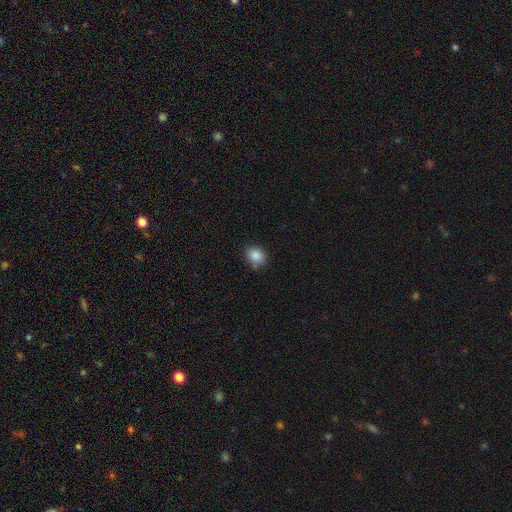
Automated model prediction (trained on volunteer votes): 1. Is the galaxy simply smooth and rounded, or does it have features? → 86% smooth, 10% star or artifact, 4% featured or disk.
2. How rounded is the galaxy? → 67% round, 32% in between, 1% cigar-shaped.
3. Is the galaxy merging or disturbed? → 75% none, 19% minor disturbance, 3% major disturbance, 2% merger.